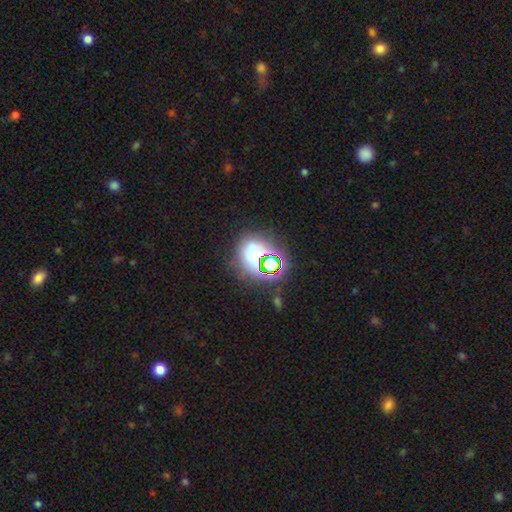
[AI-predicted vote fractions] Smooth or featured: star or artifact — 41% (smooth — 40%)